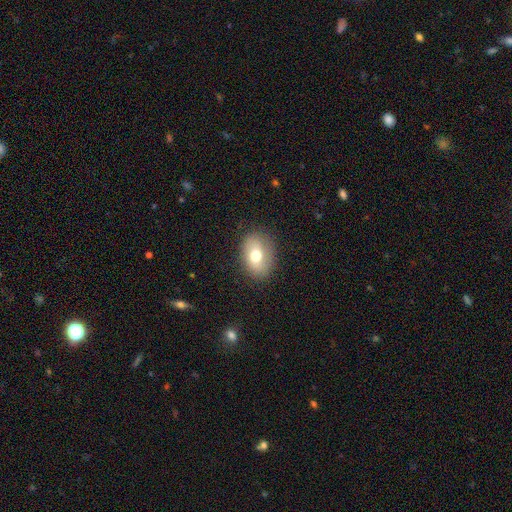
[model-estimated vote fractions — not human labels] Smooth or featured? smooth (67%)
How rounded? in between (76%)
Merging? none (84%)